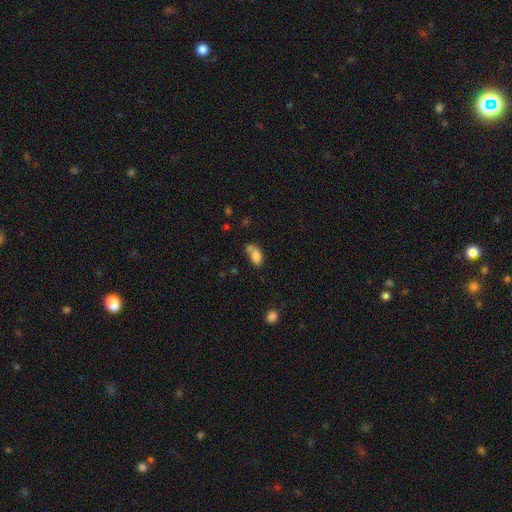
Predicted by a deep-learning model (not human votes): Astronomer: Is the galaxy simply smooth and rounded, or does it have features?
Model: smooth — 80%.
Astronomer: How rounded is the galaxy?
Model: in between — 89%.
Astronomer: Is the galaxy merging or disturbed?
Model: none — 41% (runner-up: merger, 31%).